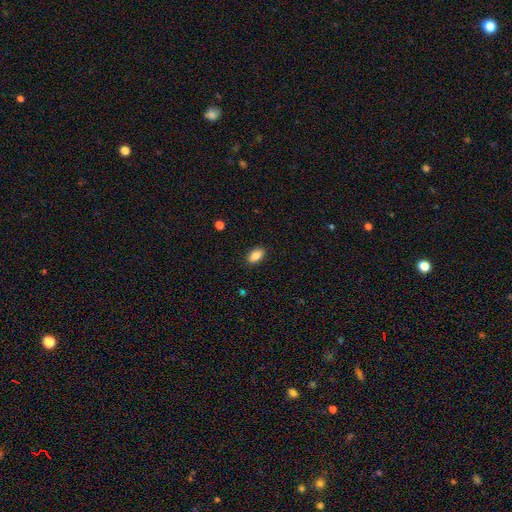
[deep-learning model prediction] Morphology: type=smooth (86%); roundness=in between (91%); merging=none (89%).